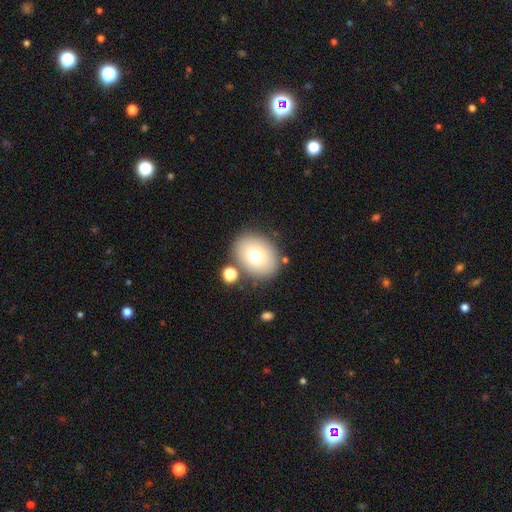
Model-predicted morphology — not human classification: Smooth or featured: smooth — 73% (featured or disk — 16%)
How rounded: in between — 57% (round — 42%)
Merging: none — 80% (minor disturbance — 10%)